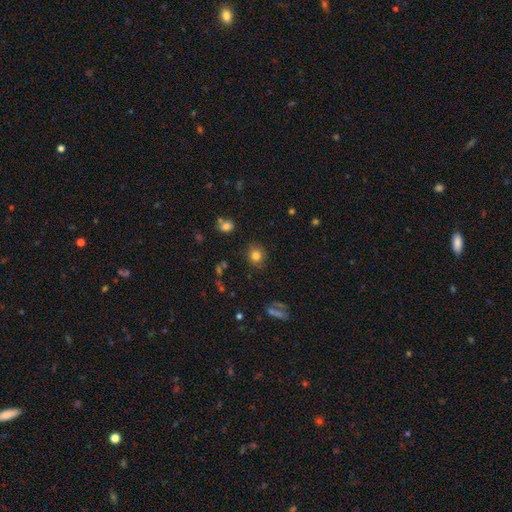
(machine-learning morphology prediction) smooth-or-featured: smooth: 81% | star or artifact: 12% | featured or disk: 7%
  how-rounded: round: 84% | in between: 15% | cigar-shaped: 1%
  merging: none: 85% | minor disturbance: 10% | major disturbance: 3% | merger: 2%